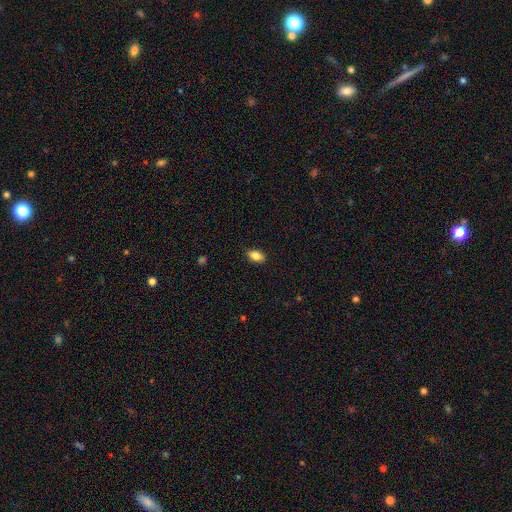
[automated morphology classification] This is clearly a smooth galaxy (85%). How rounded: clearly in between (89%). Merging: clearly none (87%).